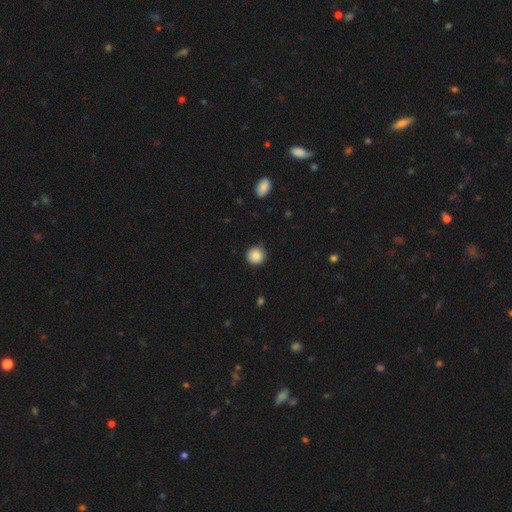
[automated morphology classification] smooth_or_featured: smooth (p=0.88) [alt: star or artifact p=0.09]
how_rounded: round (p=0.94) [alt: in between p=0.05]
merging: none (p=0.88) [alt: minor disturbance p=0.08]